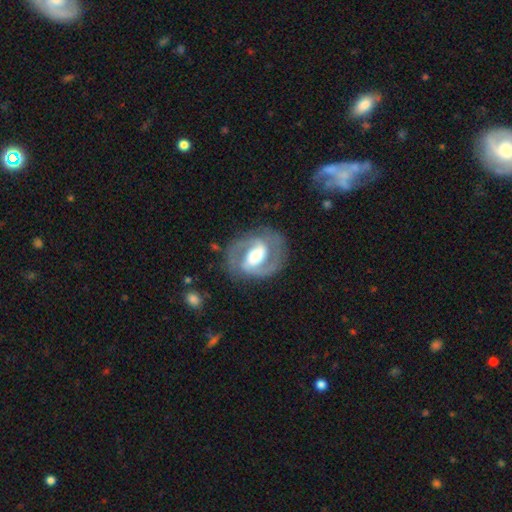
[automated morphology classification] A featured or disk galaxy (88%) with a weak bar (42%), 2 (92%) medium (56%) spiral arms (95%) and a moderate central bulge (67%).

Vote fractions:
- Smooth or featured? featured or disk: 88% / smooth: 7% / star or artifact: 4%
- Edge-on disk? no: 98% / yes: 2%
- Bar? weak: 42% / strong: 34% / no: 23%
- Spiral arms? yes: 95% / no: 5%
- Spiral winding? medium: 56% / tight: 31% / loose: 13%
- Spiral arm count? 2: 92% / can't tell: 3% / 1: 2% / 3: 1% / 4: 1% / more than 4: 1%
- Bulge size? moderate: 67% / large: 19% / small: 11% / dominant: 2% / none: 1%
- Merging? none: 81% / minor disturbance: 12% / major disturbance: 5% / merger: 1%